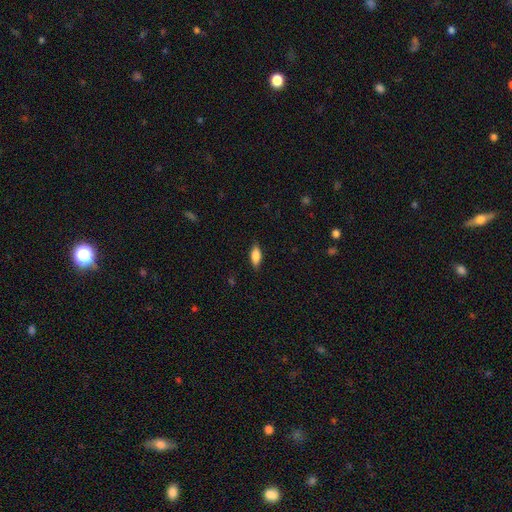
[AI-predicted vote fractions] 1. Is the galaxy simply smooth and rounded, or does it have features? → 81% smooth, 12% featured or disk, 7% star or artifact.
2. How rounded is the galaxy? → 81% in between, 16% cigar-shaped, 3% round.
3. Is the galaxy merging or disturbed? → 84% none, 12% minor disturbance, 2% major disturbance, 1% merger.